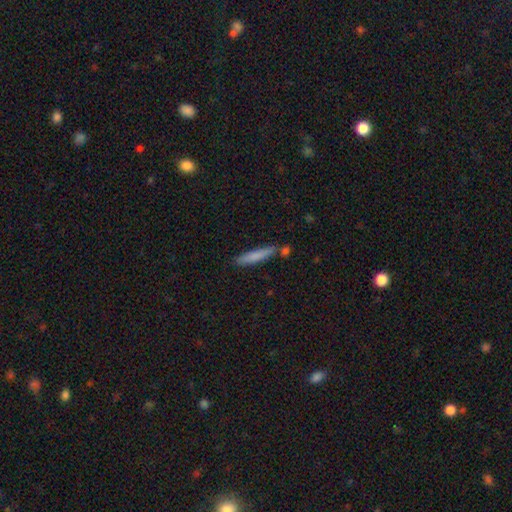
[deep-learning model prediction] Smooth or featured: smooth — 77% (featured or disk — 17%)
How rounded: cigar-shaped — 91% (in between — 8%)
Merging: none — 76% (minor disturbance — 14%)